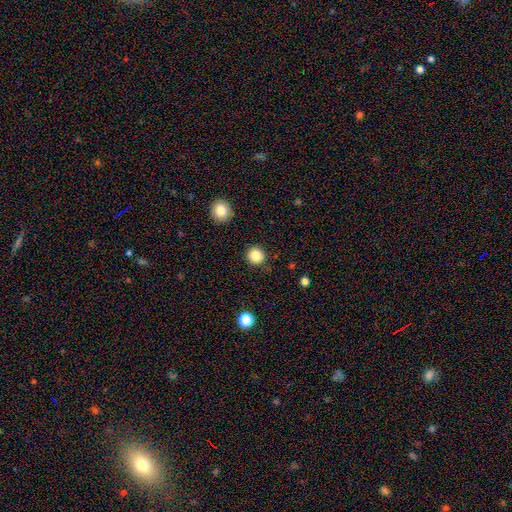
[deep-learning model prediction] A smooth galaxy with no disk features (86%) that is round (94%).

Vote fractions:
- Smooth or featured? smooth: 86% / star or artifact: 10% / featured or disk: 4%
- How rounded? round: 94% / in between: 5% / cigar-shaped: 1%
- Merging? none: 89% / minor disturbance: 7% / major disturbance: 3% / merger: 2%